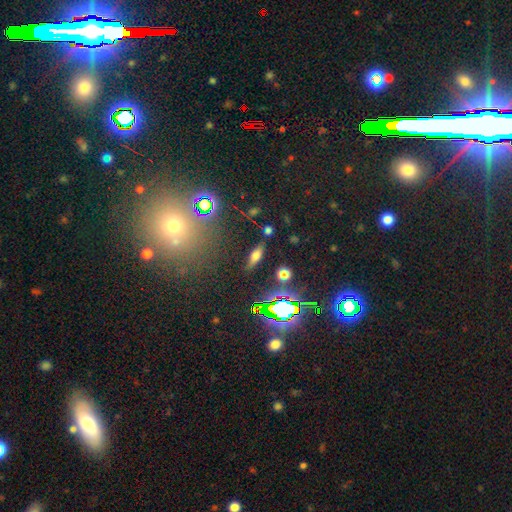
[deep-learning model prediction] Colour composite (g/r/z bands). It shows a smooth galaxy with no disk features (59%) that is in between round and cigar-shaped (58%). Merging: none (81%).